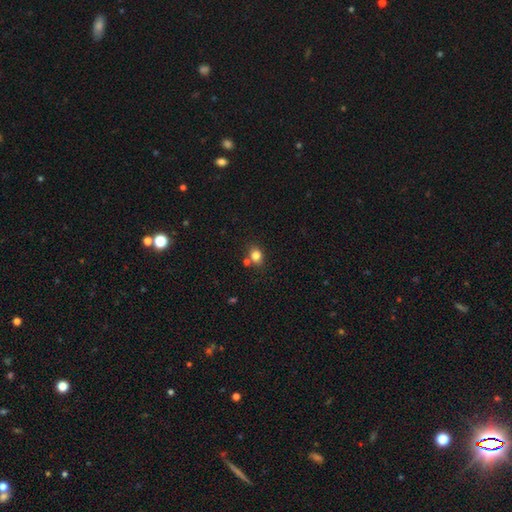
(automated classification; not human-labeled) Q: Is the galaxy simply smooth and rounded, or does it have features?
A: smooth — 81%.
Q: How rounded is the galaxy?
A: round — 59%.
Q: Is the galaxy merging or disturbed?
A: none — 69%.